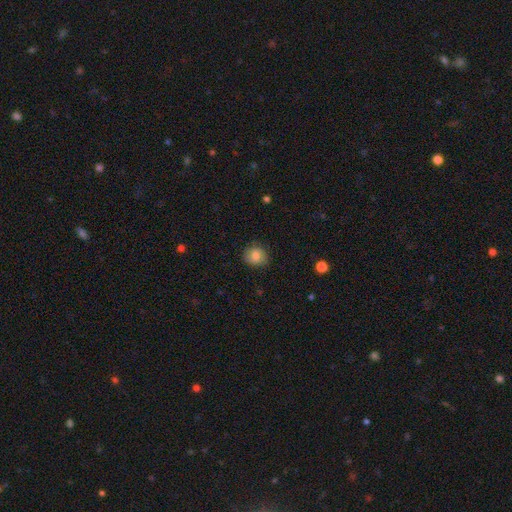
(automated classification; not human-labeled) Morphology: type=smooth (79%); roundness=round (75%); merging=none (78%).